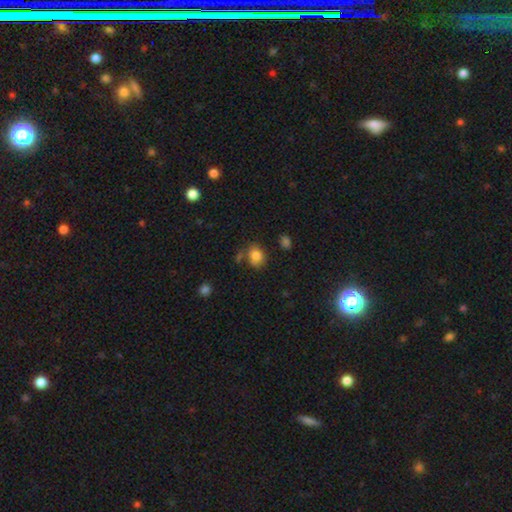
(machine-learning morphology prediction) Overall: smooth (82%). How rounded: round (55%; in between 44%). Merging: none (66%).